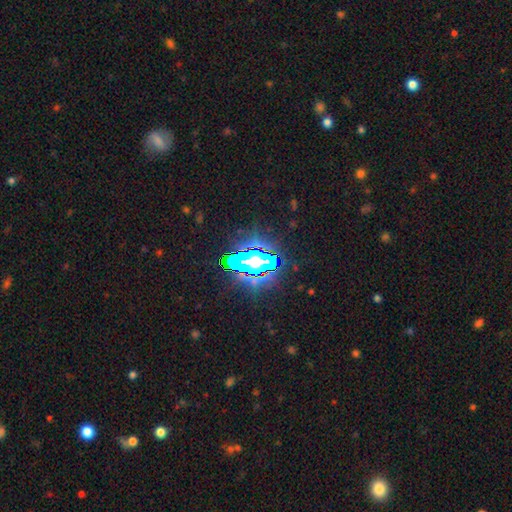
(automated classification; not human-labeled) Smooth or featured? star or artifact (83%)